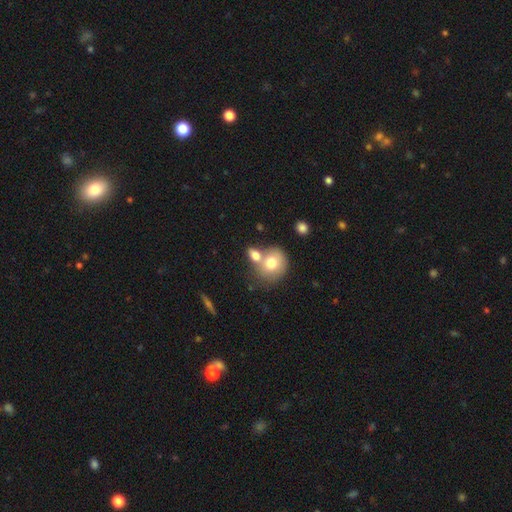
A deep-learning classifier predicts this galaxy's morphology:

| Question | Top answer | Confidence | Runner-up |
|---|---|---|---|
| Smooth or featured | smooth | 75% | featured or disk (17%) |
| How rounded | in between | 51% | round (47%) |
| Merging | merger | 51% | none (35%) |